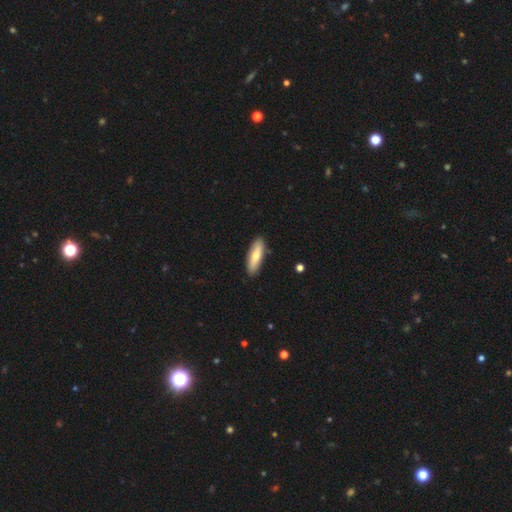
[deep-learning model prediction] Smooth or featured: smooth — 69% (featured or disk — 26%)
How rounded: cigar-shaped — 51% (in between — 47%)
Merging: none — 89% (minor disturbance — 8%)